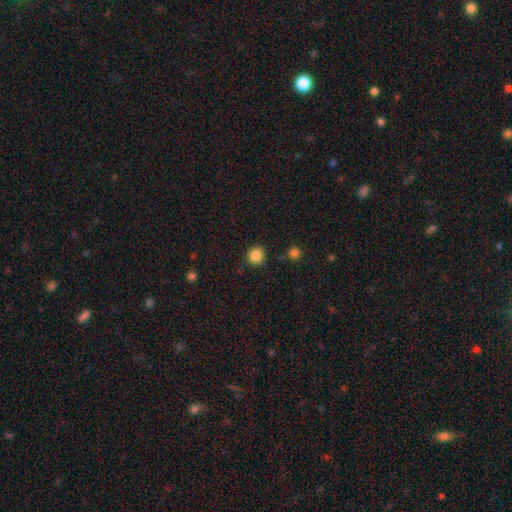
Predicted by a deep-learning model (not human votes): smooth_or_featured: smooth (p=0.86) [alt: star or artifact p=0.11]
how_rounded: round (p=0.92) [alt: in between p=0.07]
merging: none (p=0.89) [alt: minor disturbance p=0.07]